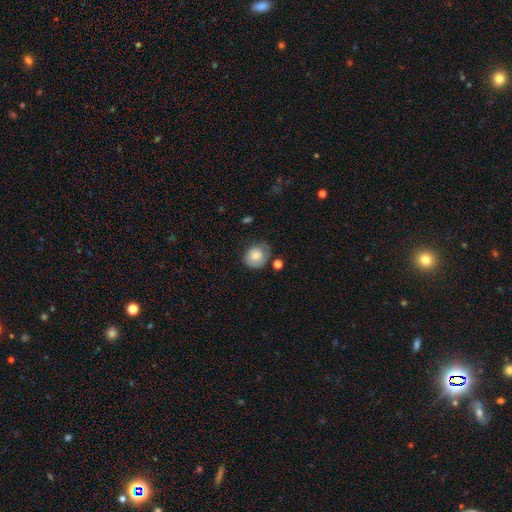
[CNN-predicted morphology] Smooth or featured: smooth — 76% (featured or disk — 17%)
How rounded: round — 66% (in between — 33%)
Merging: none — 53% (minor disturbance — 30%)